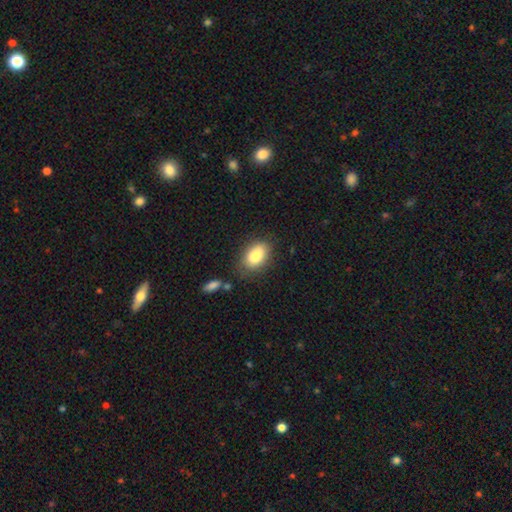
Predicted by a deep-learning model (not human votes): A smooth galaxy with no disk features (82%) that is in between round and cigar-shaped (87%).

Vote fractions:
- Smooth or featured? smooth: 82% / featured or disk: 10% / star or artifact: 8%
- How rounded? in between: 87% / round: 11% / cigar-shaped: 2%
- Merging? none: 78% / minor disturbance: 14% / major disturbance: 4% / merger: 4%